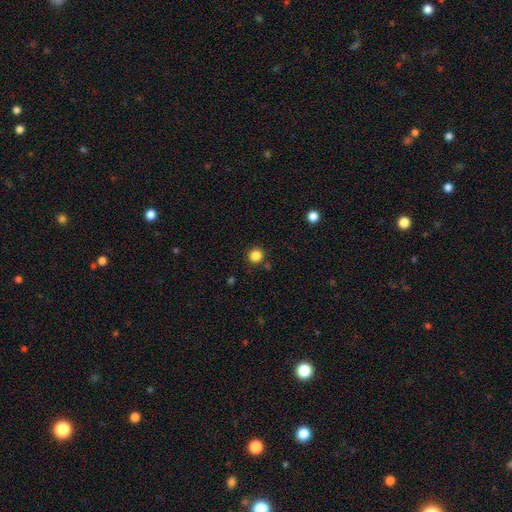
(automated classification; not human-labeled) Q: Smooth or featured?
A: smooth (84%); runner-up: star or artifact (12%)
Q: How rounded?
A: round (94%); runner-up: in between (5%)
Q: Merging?
A: none (88%); runner-up: minor disturbance (7%)